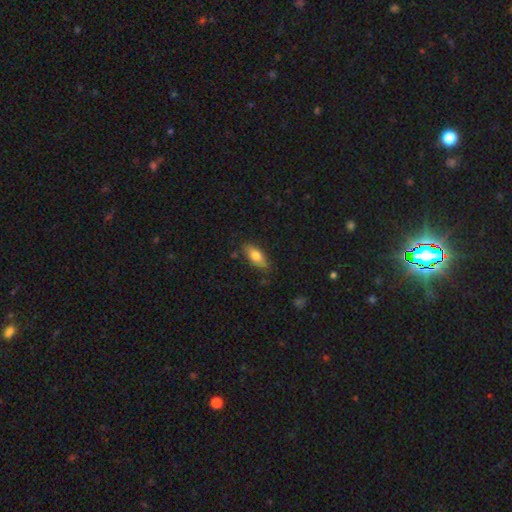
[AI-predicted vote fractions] smooth 76%, featured or disk 17%, star or artifact 7%. Down the decision tree: how rounded — in between (80%); merging — none (81%).